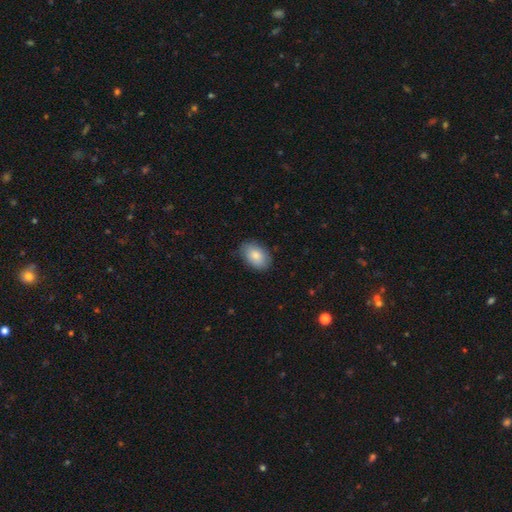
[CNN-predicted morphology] This appears to be a smooth galaxy with no disk features (84%) that is in between round and cigar-shaped (85%). Merging: none (80%).